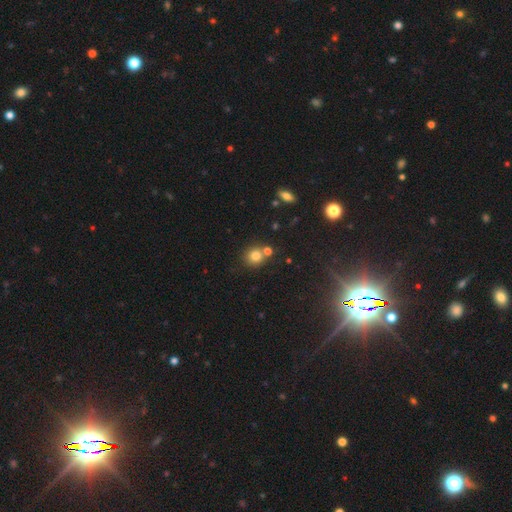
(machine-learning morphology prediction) Smooth or featured? smooth (79%)
How rounded? round (85%)
Merging? none (60%)